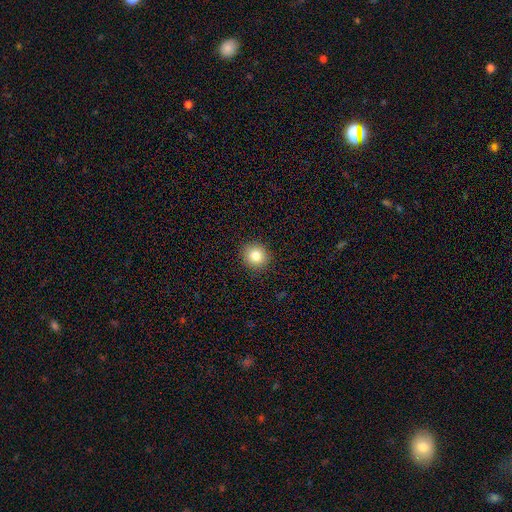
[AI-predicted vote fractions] This appears to be a smooth galaxy with no disk features (83%) that is round (88%). Merging: none (91%).